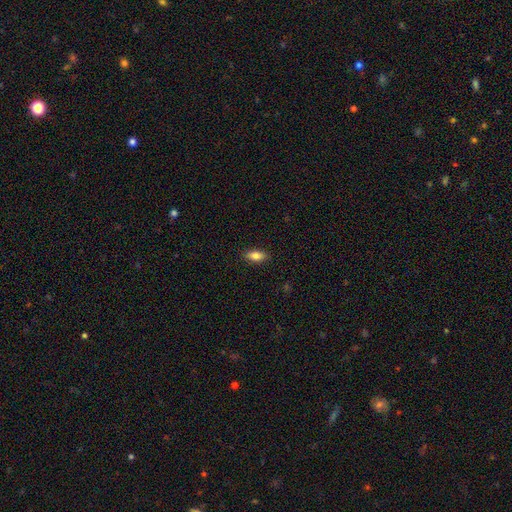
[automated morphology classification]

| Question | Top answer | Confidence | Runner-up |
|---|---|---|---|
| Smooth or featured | smooth | 81% | featured or disk (11%) |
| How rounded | in between | 84% | cigar-shaped (13%) |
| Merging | none | 88% | minor disturbance (9%) |